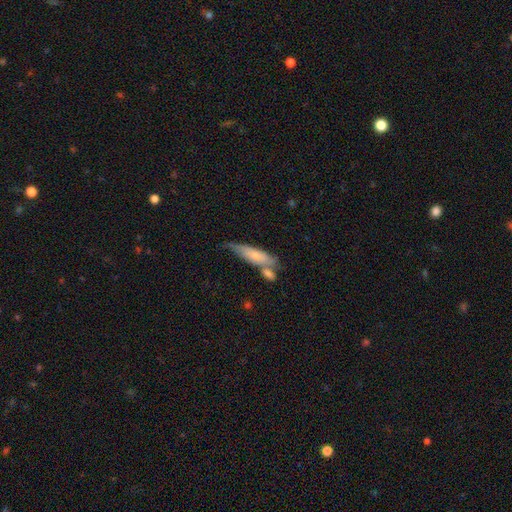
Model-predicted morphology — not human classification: Overall: smooth (64%; featured or disk 30%). How rounded: cigar-shaped (63%; in between 34%). Merging: none (41%; merger 29%).